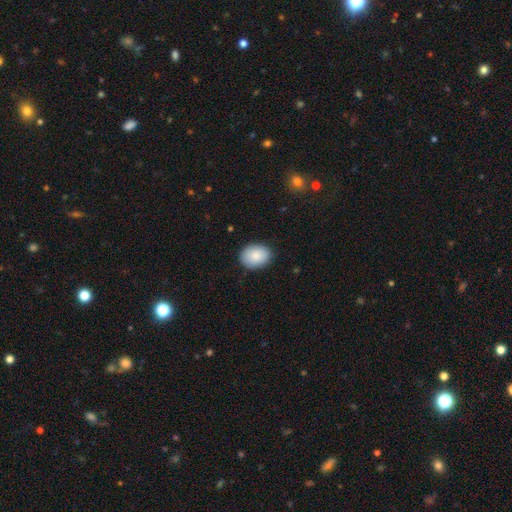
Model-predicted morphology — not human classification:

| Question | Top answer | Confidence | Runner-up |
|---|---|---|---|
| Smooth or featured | smooth | 87% | star or artifact (7%) |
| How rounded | in between | 63% | round (36%) |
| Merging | none | 87% | minor disturbance (10%) |